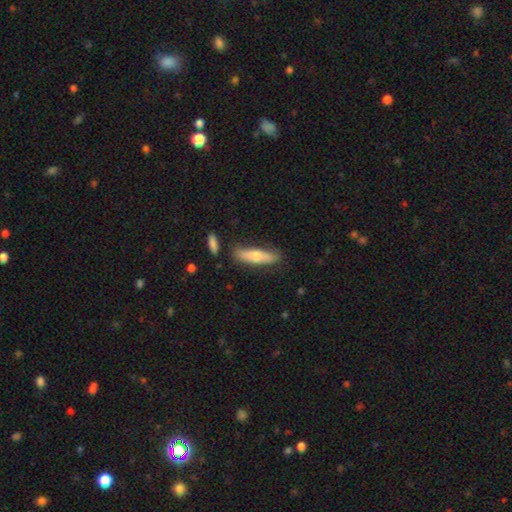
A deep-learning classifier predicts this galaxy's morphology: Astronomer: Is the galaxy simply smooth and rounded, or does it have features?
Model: smooth — 56% (runner-up: featured or disk, 37%).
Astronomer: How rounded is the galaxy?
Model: cigar-shaped — 76%.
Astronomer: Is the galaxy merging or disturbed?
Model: none — 80%.